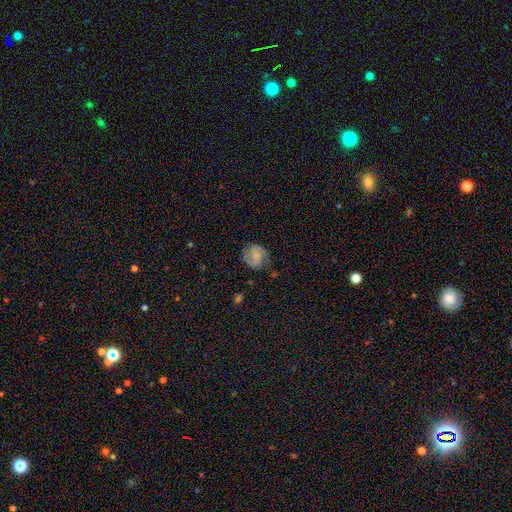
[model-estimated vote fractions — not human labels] featured or disk 58%, smooth 33%, star or artifact 9%. Down the decision tree: edge-on disk — no (98%); bar — no (47%); spiral arms — yes (89%); spiral arm count — 2 (80%); spiral winding — medium (48%); bulge size — small (38%); merging — none (68%).